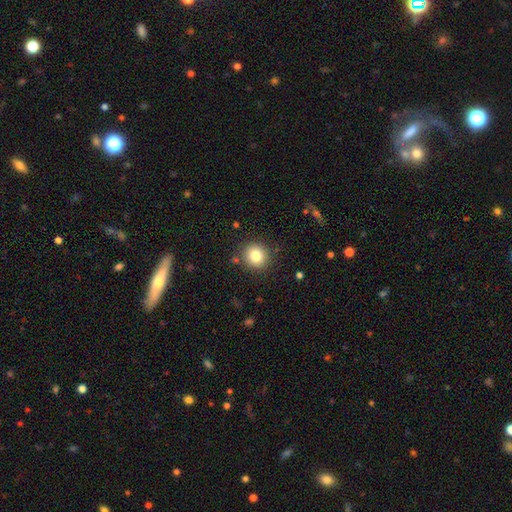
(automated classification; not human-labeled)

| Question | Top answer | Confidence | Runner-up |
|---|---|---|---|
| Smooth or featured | smooth | 82% | star or artifact (11%) |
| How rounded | round | 92% | in between (7%) |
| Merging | none | 88% | minor disturbance (8%) |